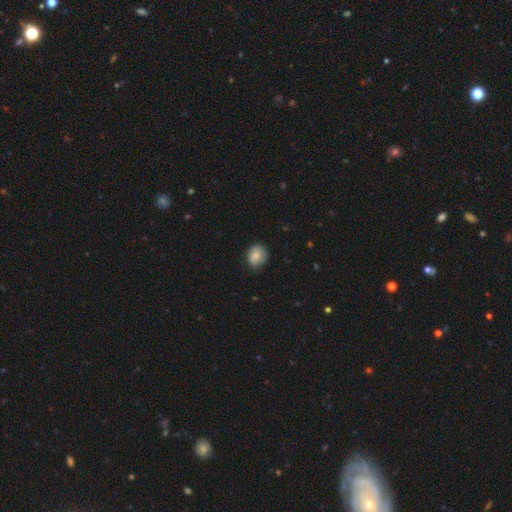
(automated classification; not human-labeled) smooth 77%, featured or disk 15%, star or artifact 8%. Down the decision tree: how rounded — round (68%); merging — none (70%).